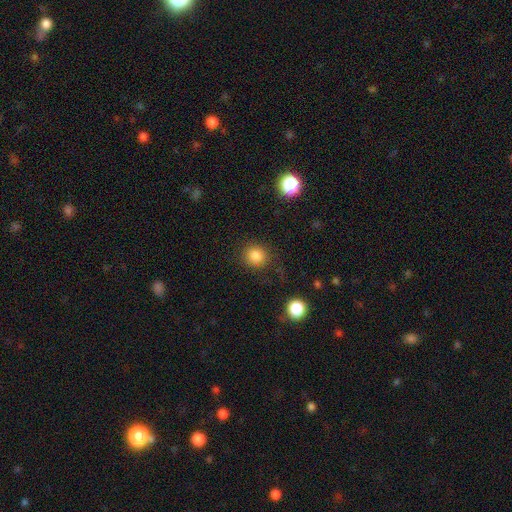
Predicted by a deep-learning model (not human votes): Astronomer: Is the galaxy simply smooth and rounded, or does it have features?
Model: smooth — 84%.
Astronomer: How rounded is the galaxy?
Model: round — 89%.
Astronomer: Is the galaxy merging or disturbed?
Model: none — 85%.